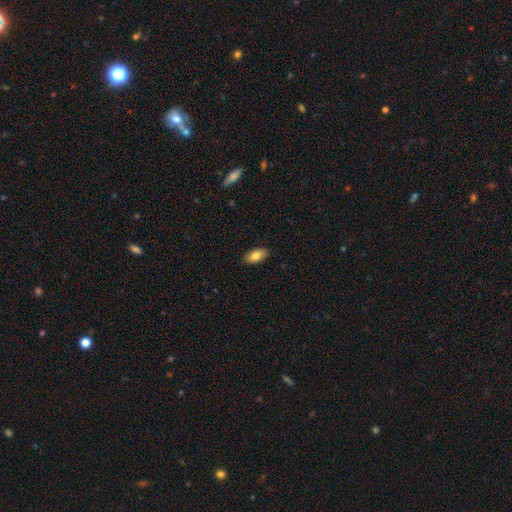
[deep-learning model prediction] A smooth galaxy with no disk features (84%) that is in between round and cigar-shaped (92%). Merging: none (89%).